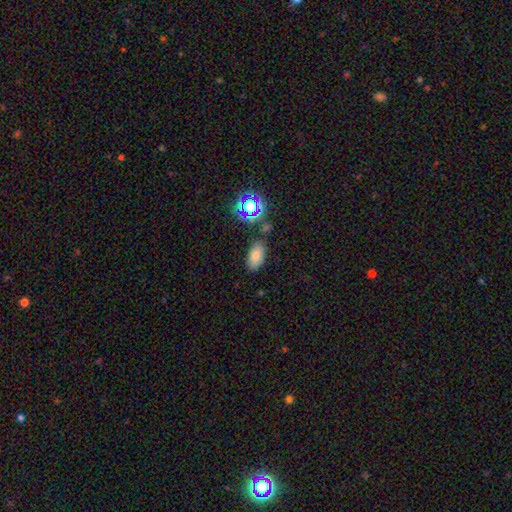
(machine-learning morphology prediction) This is likely a smooth galaxy (75%). How rounded: clearly in between (91%). Merging: likely none (75%).